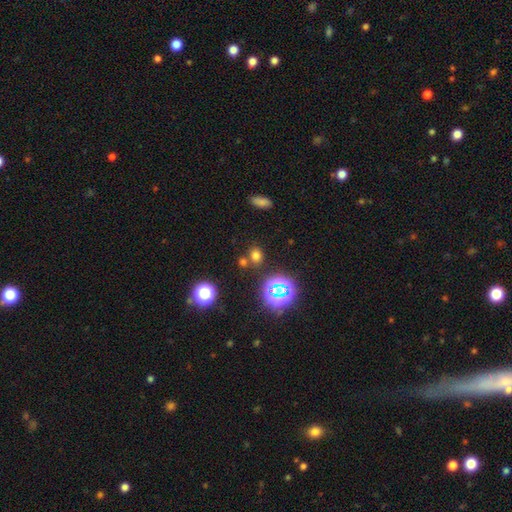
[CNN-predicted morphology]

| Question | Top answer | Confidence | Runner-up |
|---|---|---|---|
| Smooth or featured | smooth | 65% | star or artifact (29%) |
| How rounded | round | 62% | in between (37%) |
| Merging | none | 72% | merger (15%) |